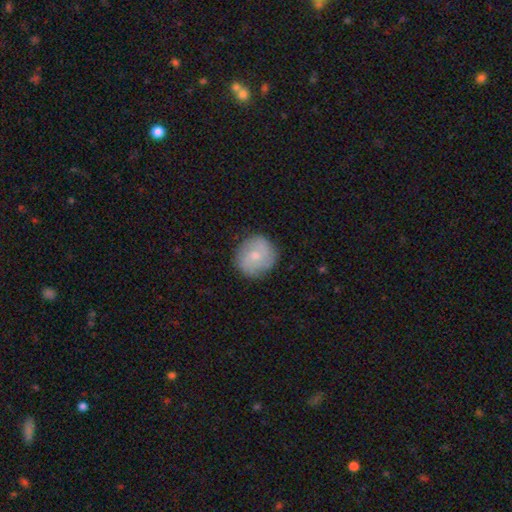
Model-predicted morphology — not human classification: Q: Smooth or featured?
A: featured or disk (48%); runner-up: smooth (46%)
Q: Merging?
A: none (84%); runner-up: minor disturbance (12%)